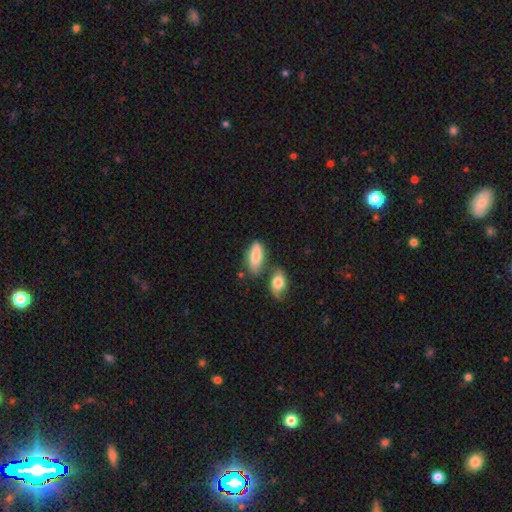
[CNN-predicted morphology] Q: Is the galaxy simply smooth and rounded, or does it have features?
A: smooth — 81%.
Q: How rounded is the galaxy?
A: in between — 83%.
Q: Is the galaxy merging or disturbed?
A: none — 58%.